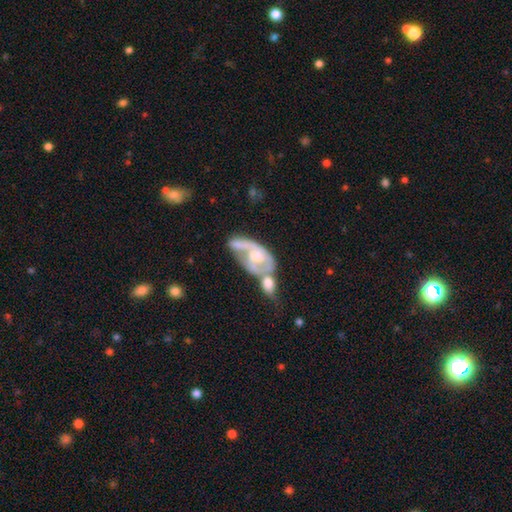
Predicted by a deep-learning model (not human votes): featured or disk 73%, smooth 21%, star or artifact 6%. Down the decision tree: edge-on disk — no (94%); bar — no (67%); spiral arms — yes (71%); bulge size — moderate (52%); merging — merger (56%).